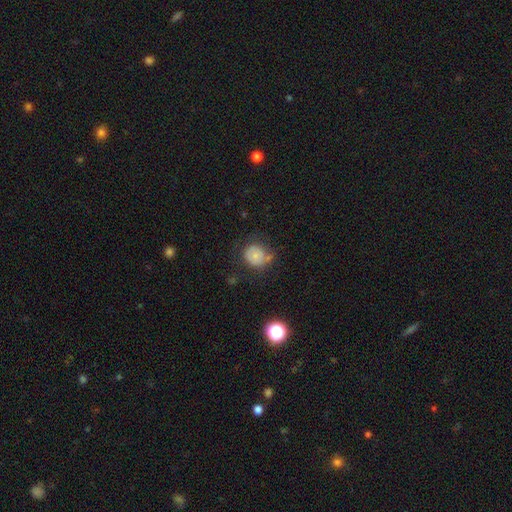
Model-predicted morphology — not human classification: smooth_or_featured: smooth (p=0.68) [alt: featured or disk p=0.21]
how_rounded: round (p=0.78) [alt: in between p=0.21]
merging: none (p=0.52) [alt: minor disturbance p=0.28]